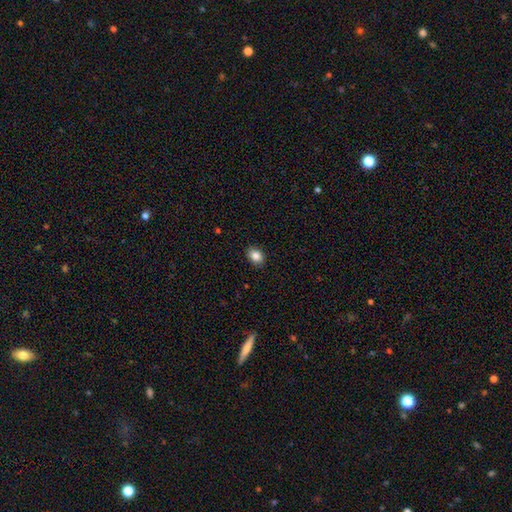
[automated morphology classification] A smooth galaxy with no disk features (86%) that is in between round and cigar-shaped (74%). Merging: none (89%).